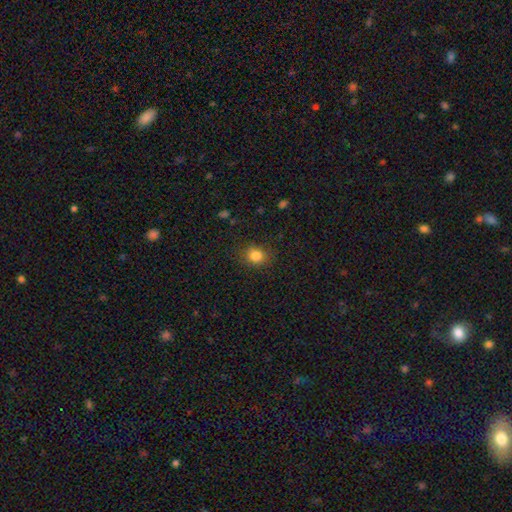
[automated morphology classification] smooth-or-featured: smooth: 83% | star or artifact: 12% | featured or disk: 5%
  how-rounded: round: 69% | in between: 30% | cigar-shaped: 1%
  merging: none: 83% | minor disturbance: 12% | major disturbance: 4% | merger: 1%